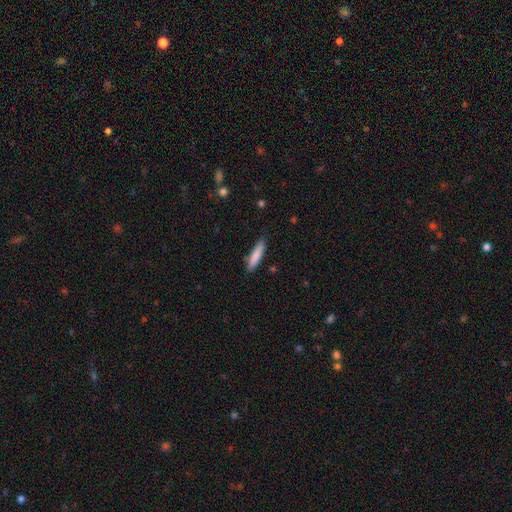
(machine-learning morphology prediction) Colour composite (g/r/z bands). It shows a smooth galaxy with no disk features (82%) that is cigar-shaped (82%). Merging: none (83%).